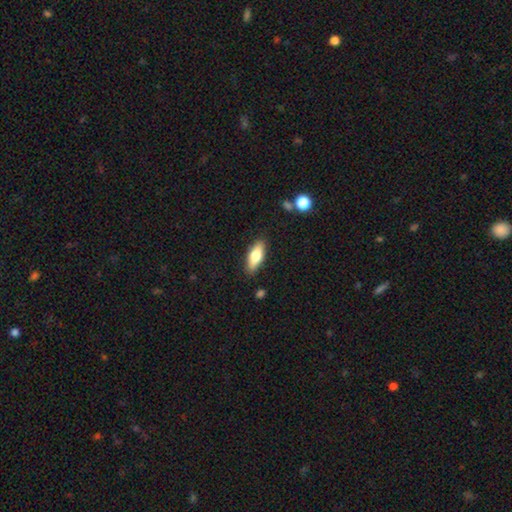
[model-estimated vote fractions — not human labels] Q: Smooth or featured?
A: smooth (67%); runner-up: featured or disk (27%)
Q: How rounded?
A: in between (66%); runner-up: cigar-shaped (32%)
Q: Merging?
A: none (86%); runner-up: minor disturbance (10%)